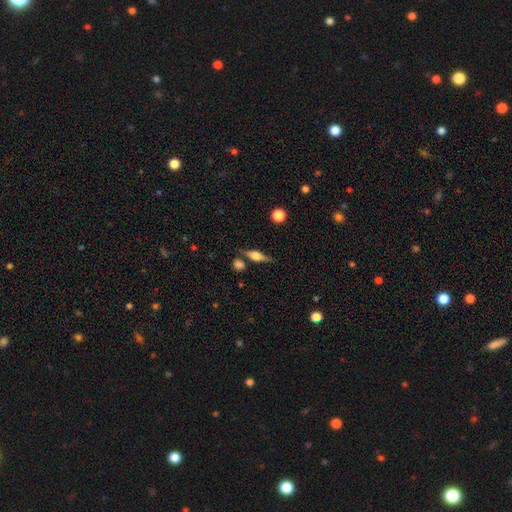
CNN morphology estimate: smooth-or-featured: featured or disk: 61% | smooth: 31% | star or artifact: 8%
  disk-edge-on: yes: 95% | no: 5%
    edge-on-bulge: rounded: 82% | boxy: 16% | none: 3%
  merging: none: 75% | minor disturbance: 13% | merger: 8% | major disturbance: 4%